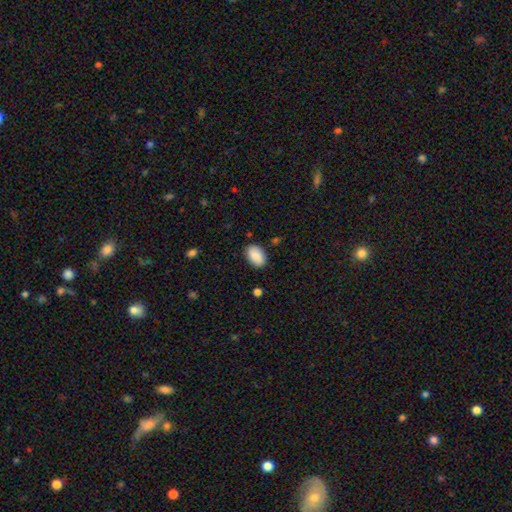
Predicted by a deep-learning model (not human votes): smooth 88%, star or artifact 6%, featured or disk 6%. Down the decision tree: how rounded — in between (89%); merging — none (86%).